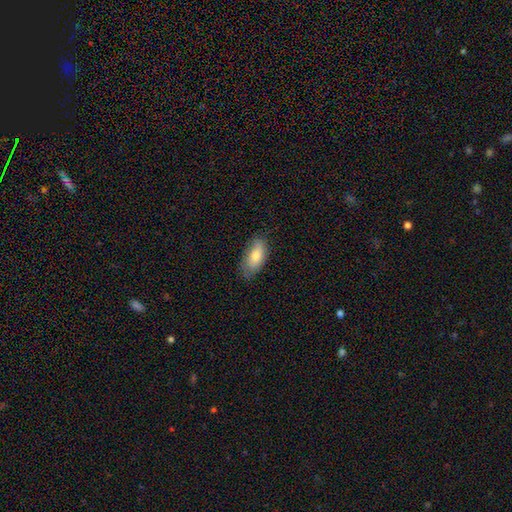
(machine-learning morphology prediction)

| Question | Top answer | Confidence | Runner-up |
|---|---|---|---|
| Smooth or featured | smooth | 75% | featured or disk (18%) |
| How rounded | in between | 88% | cigar-shaped (9%) |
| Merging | none | 74% | minor disturbance (21%) |